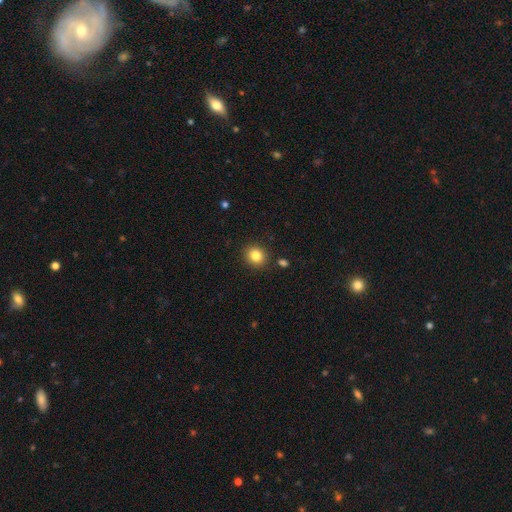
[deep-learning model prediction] The model was most divided on "how rounded": round: 78%, in between: 21%, cigar-shaped: 1%. More confident: merging — none (88%); smooth or featured — smooth (84%).